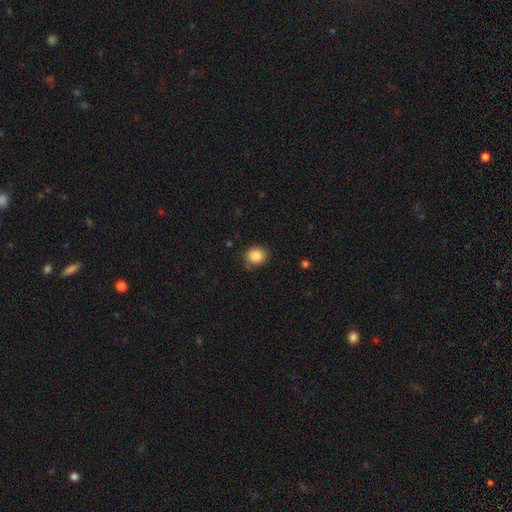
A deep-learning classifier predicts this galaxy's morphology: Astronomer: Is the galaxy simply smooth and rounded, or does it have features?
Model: smooth — 86%.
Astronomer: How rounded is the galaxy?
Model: round — 71%.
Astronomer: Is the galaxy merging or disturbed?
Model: none — 80%.